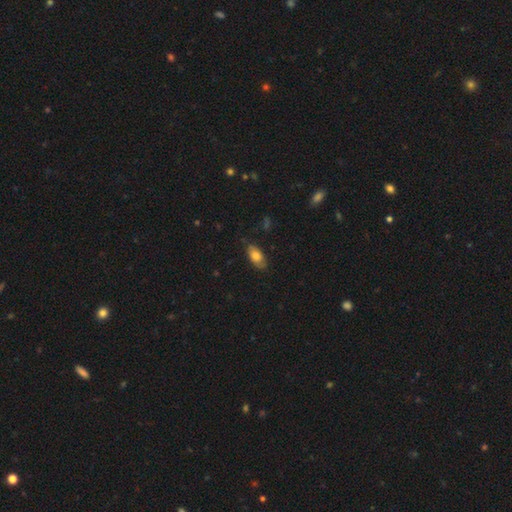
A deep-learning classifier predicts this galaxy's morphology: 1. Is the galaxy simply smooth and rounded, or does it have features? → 75% smooth, 18% featured or disk, 7% star or artifact.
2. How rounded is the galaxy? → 90% in between, 6% cigar-shaped, 4% round.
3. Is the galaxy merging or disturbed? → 73% none, 21% minor disturbance, 5% major disturbance, 1% merger.